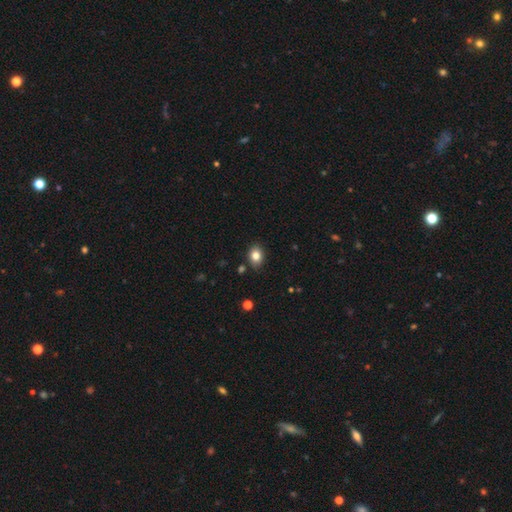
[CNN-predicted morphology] Smooth or featured: smooth — 81% (star or artifact — 10%)
How rounded: in between — 66% (round — 32%)
Merging: none — 84% (minor disturbance — 12%)